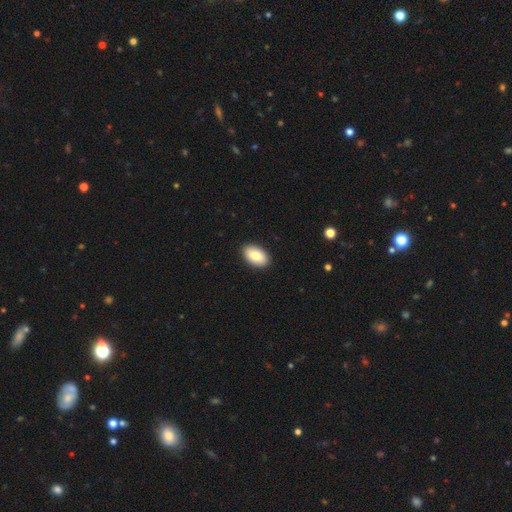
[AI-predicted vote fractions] smooth-or-featured: smooth: 88% | star or artifact: 6% | featured or disk: 6%
  how-rounded: in between: 94% | round: 4% | cigar-shaped: 1%
  merging: none: 91% | minor disturbance: 7% | major disturbance: 2% | merger: 1%